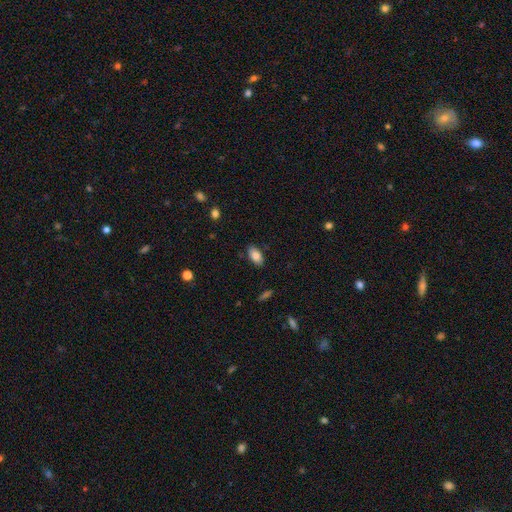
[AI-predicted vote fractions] Q: Smooth or featured?
A: smooth (82%); runner-up: featured or disk (10%)
Q: How rounded?
A: in between (93%); runner-up: round (4%)
Q: Merging?
A: none (84%); runner-up: minor disturbance (12%)